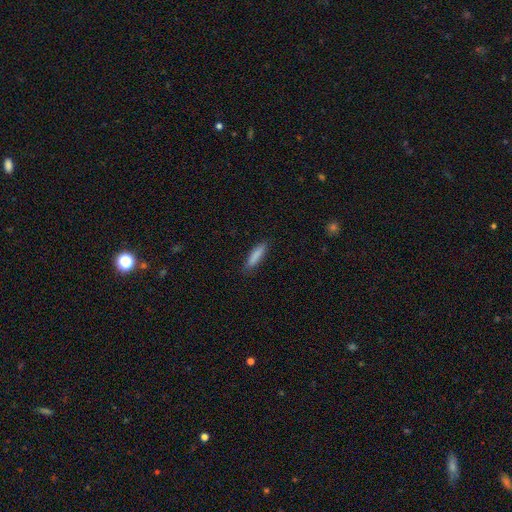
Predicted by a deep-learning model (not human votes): Smooth or featured? smooth (85%)
How rounded? cigar-shaped (76%)
Merging? none (86%)